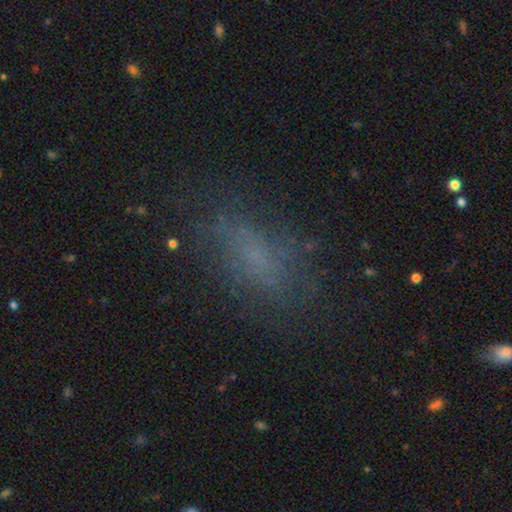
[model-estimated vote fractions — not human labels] Q: Smooth or featured?
A: smooth (59%); runner-up: star or artifact (21%)
Q: How rounded?
A: in between (76%); runner-up: cigar-shaped (18%)
Q: Merging?
A: none (67%); runner-up: minor disturbance (19%)